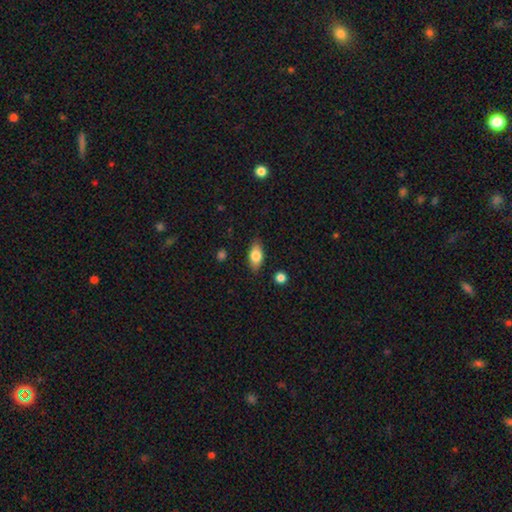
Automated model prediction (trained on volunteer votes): Overall: smooth (76%). How rounded: in between (85%). Merging: none (84%).